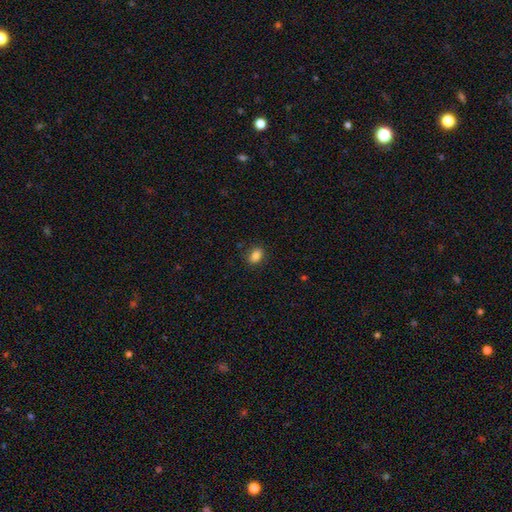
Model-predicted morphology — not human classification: Smooth or featured? Predicted: smooth (p=0.85). How rounded? Predicted: in between (p=0.80). Merging? Predicted: none (p=0.86).